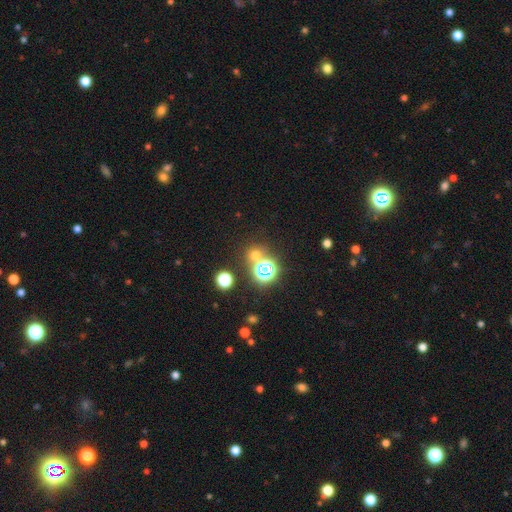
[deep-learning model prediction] Morphology: type=smooth (55%); roundness=round (87%); merging=none (67%).